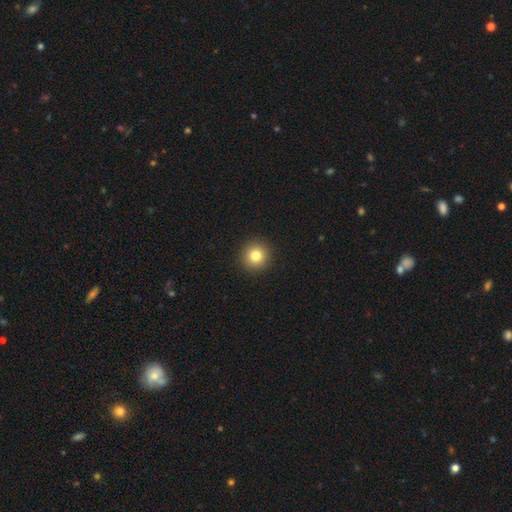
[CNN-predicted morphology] Overall: smooth (82%). How rounded: round (95%). Merging: none (93%).